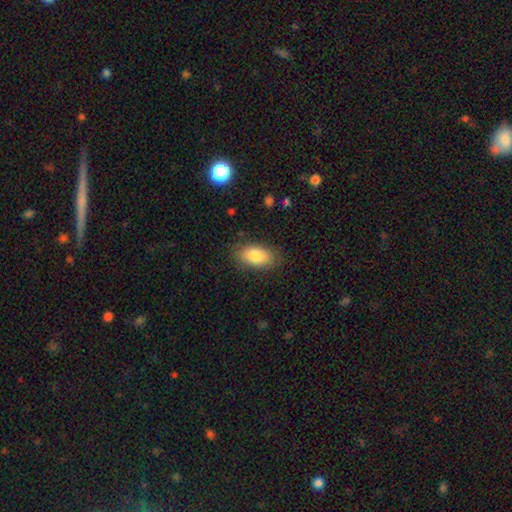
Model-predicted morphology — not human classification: This appears to be a smooth galaxy with no disk features (83%) that is in between round and cigar-shaped (93%). Merging: none (84%).